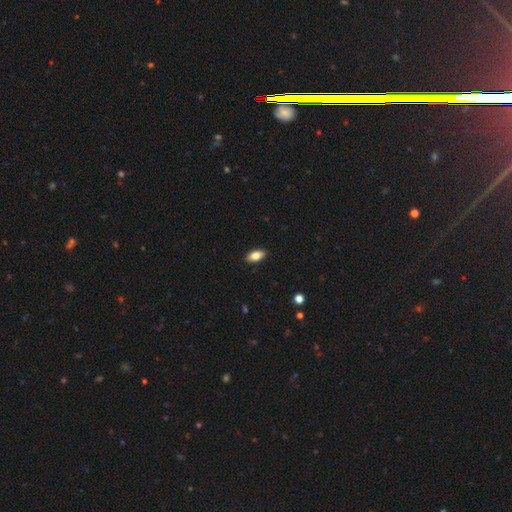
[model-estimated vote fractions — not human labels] A smooth galaxy with no disk features (80%) that is in between round and cigar-shaped (89%).

Vote fractions:
- Smooth or featured? smooth: 80% / featured or disk: 12% / star or artifact: 7%
- How rounded? in between: 89% / cigar-shaped: 8% / round: 3%
- Merging? none: 90% / minor disturbance: 8% / major disturbance: 2% / merger: 1%